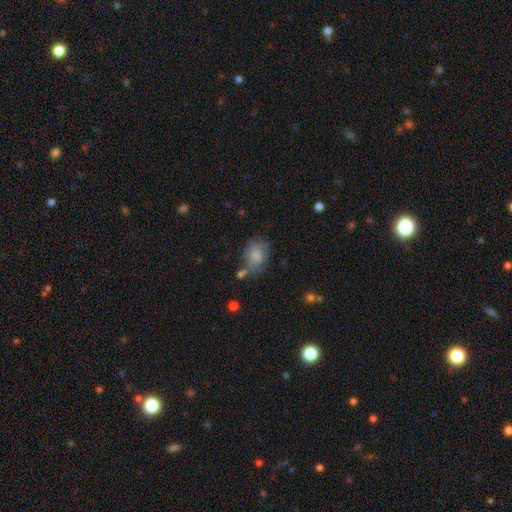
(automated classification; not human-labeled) A smooth galaxy with no disk features (80%) that is in between round and cigar-shaped (67%).

Vote fractions:
- Smooth or featured? smooth: 80% / featured or disk: 12% / star or artifact: 8%
- How rounded? in between: 67% / round: 32% / cigar-shaped: 1%
- Merging? none: 55% / minor disturbance: 26% / major disturbance: 10% / merger: 9%